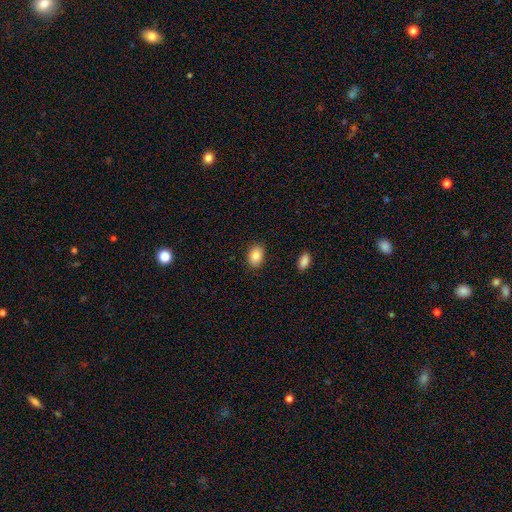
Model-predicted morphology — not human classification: Smooth or featured? Predicted: smooth (p=0.87). How rounded? Predicted: in between (p=0.83). Merging? Predicted: none (p=0.88).